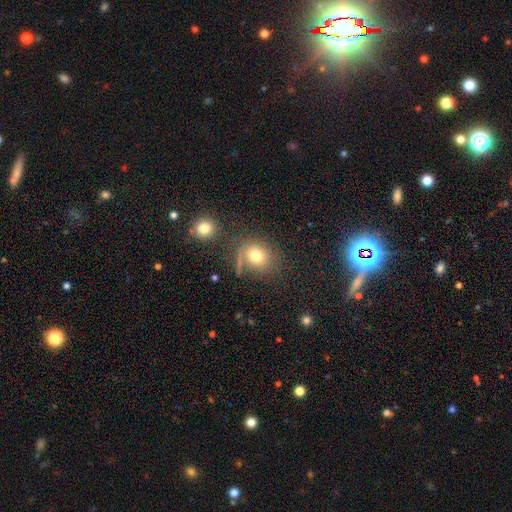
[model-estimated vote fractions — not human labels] The model was most divided on "how rounded": round: 68%, in between: 30%, cigar-shaped: 1%. More confident: smooth or featured — smooth (73%); merging — none (59%).